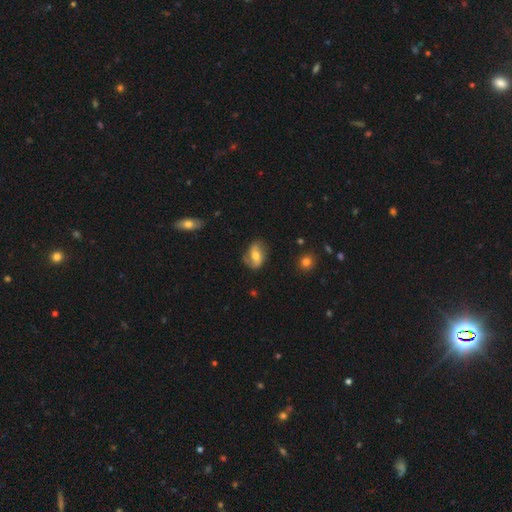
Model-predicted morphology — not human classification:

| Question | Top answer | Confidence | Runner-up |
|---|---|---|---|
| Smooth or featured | featured or disk | 58% | smooth (35%) |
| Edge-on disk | no | 95% | yes (5%) |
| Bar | weak | 39% | no (37%) |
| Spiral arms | yes | 84% | no (16%) |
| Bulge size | moderate | 66% | small (24%) |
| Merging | none | 67% | minor disturbance (22%) |